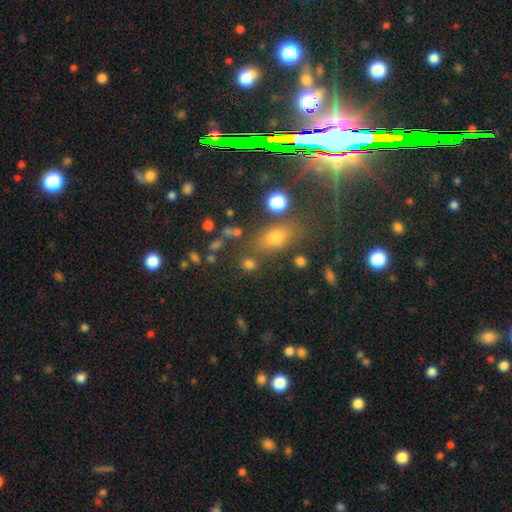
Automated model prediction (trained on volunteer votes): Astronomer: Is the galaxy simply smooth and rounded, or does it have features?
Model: star or artifact — 77%.